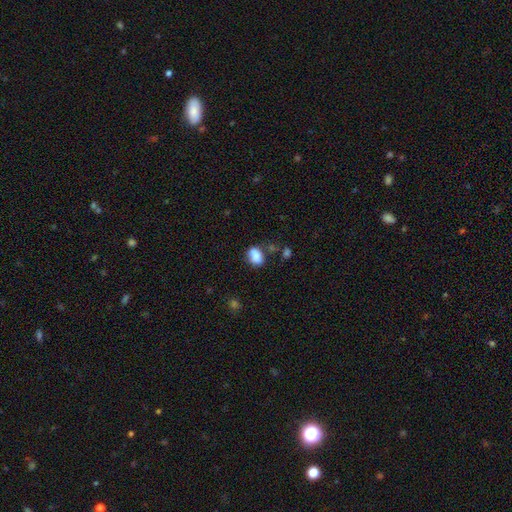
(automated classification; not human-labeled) smooth_or_featured: smooth (p=0.81) [alt: star or artifact p=0.09]
how_rounded: in between (p=0.71) [alt: round p=0.27]
merging: none (p=0.54) [alt: minor disturbance p=0.23]